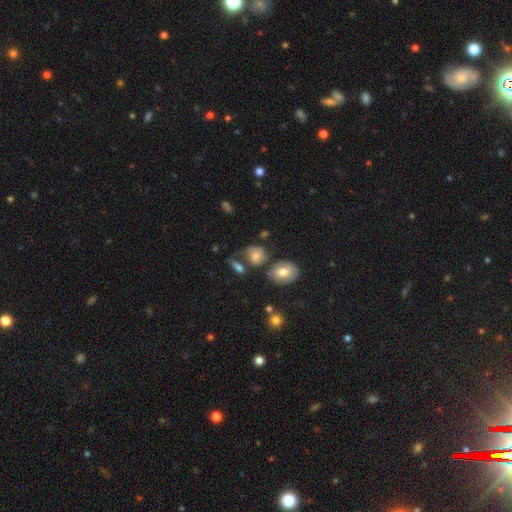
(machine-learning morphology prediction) A smooth galaxy with no disk features (67%) that is round (57%).

Vote fractions:
- Smooth or featured? smooth: 67% / featured or disk: 24% / star or artifact: 10%
- How rounded? round: 57% / in between: 41% / cigar-shaped: 2%
- Merging? none: 44% / minor disturbance: 23% / merger: 17% / major disturbance: 16%